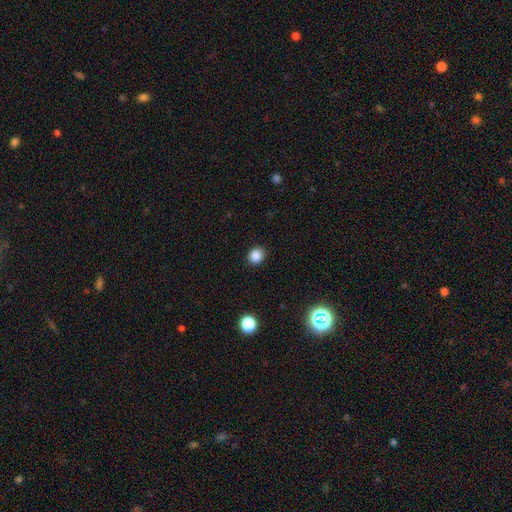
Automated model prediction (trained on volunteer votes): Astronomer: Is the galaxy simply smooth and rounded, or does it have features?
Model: smooth — 86%.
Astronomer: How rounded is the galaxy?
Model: round — 82%.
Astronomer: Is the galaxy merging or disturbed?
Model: none — 91%.